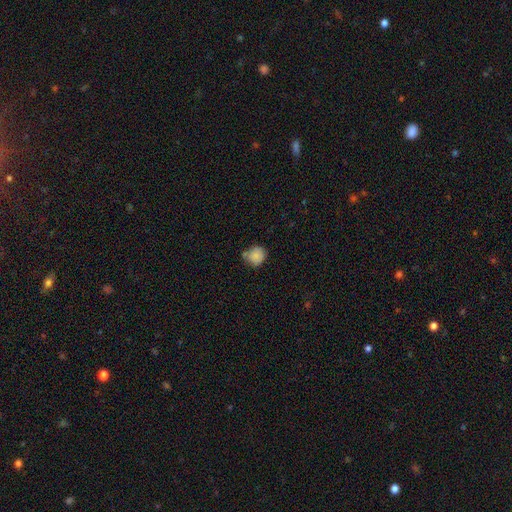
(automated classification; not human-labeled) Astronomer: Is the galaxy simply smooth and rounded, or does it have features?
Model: smooth — 85%.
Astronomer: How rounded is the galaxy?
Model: round — 84%.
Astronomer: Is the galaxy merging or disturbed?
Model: none — 57%.